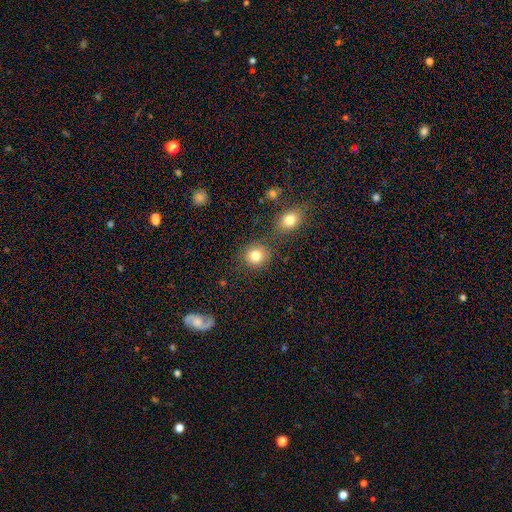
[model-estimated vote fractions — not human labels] smooth 82%, star or artifact 11%, featured or disk 7%. Down the decision tree: how rounded — round (81%); merging — none (79%).